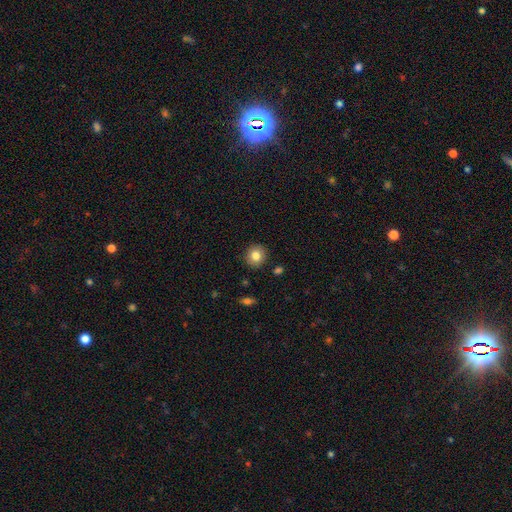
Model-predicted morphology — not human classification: Q: Smooth or featured?
A: smooth (82%); runner-up: star or artifact (10%)
Q: How rounded?
A: round (88%); runner-up: in between (11%)
Q: Merging?
A: none (90%); runner-up: minor disturbance (7%)